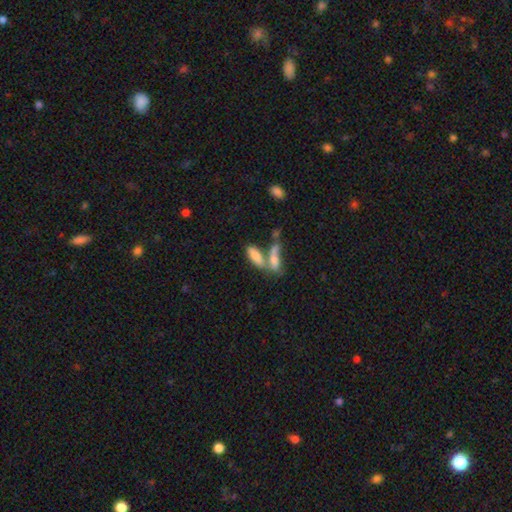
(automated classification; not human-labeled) Smooth or featured?
  - smooth: 76% *
  - featured or disk: 16%
  - star or artifact: 8%
How rounded?
  - in between: 66% *
  - cigar-shaped: 31%
  - round: 3%
Merging?
  - merger: 56% *
  - none: 31%
  - minor disturbance: 8%
  - major disturbance: 5%